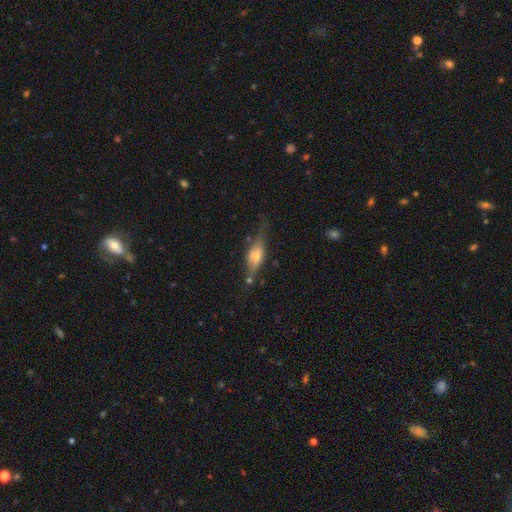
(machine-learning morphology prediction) smooth_or_featured: featured or disk (p=0.59) [alt: smooth p=0.32]
disk_edge_on: yes (p=0.84) [alt: no p=0.16]
merging: none (p=0.60) [alt: minor disturbance p=0.24]